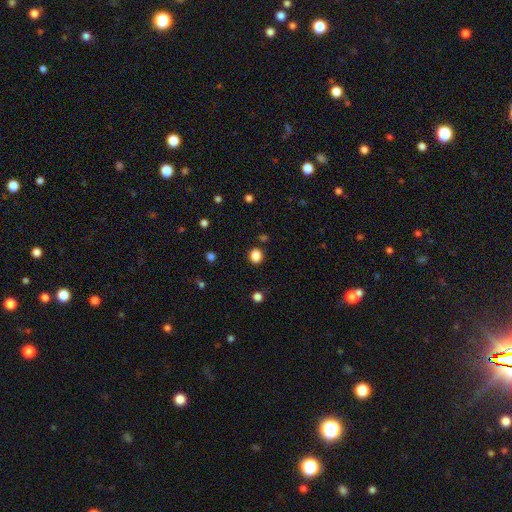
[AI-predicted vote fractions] Smooth or featured? smooth (85%)
How rounded? round (68%)
Merging? none (87%)